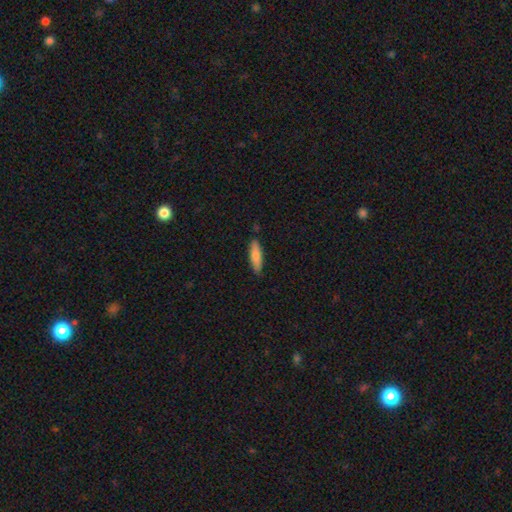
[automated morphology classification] smooth 80%, featured or disk 15%, star or artifact 6%. Down the decision tree: how rounded — cigar-shaped (62%); merging — none (86%).